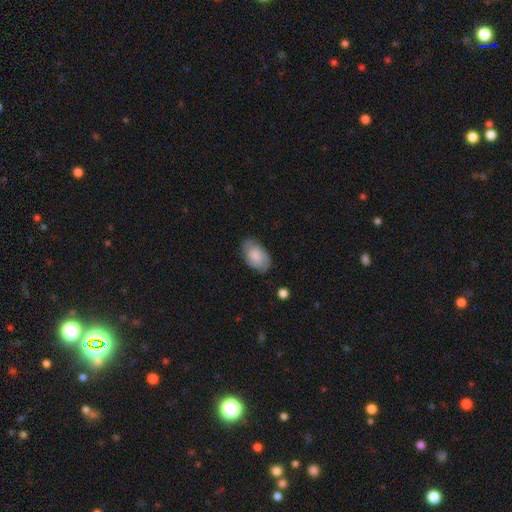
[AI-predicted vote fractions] Smooth or featured?
  - smooth: 73% *
  - featured or disk: 21%
  - star or artifact: 7%
How rounded?
  - in between: 93% *
  - round: 6%
  - cigar-shaped: 1%
Merging?
  - none: 77% *
  - minor disturbance: 18%
  - major disturbance: 4%
  - merger: 1%